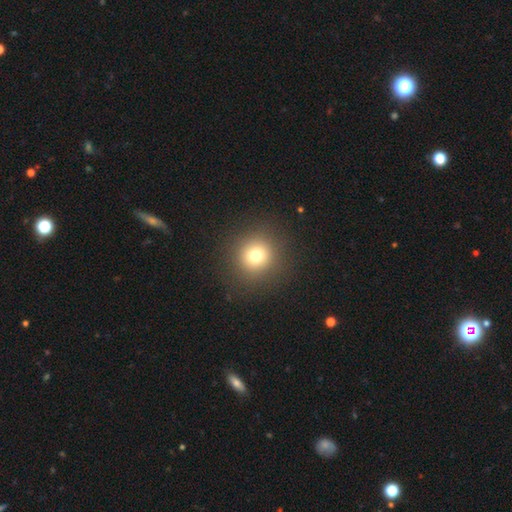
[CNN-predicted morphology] This is likely a smooth galaxy (75%). How rounded: clearly round (93%). Merging: clearly none (90%).